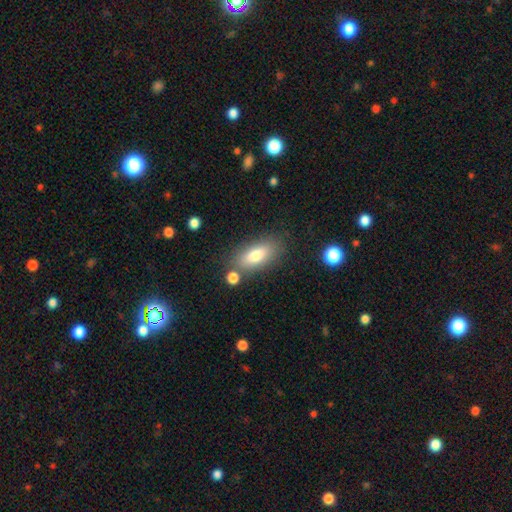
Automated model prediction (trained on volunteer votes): Smooth or featured?
  - smooth: 75% *
  - featured or disk: 16%
  - star or artifact: 8%
How rounded?
  - in between: 80% *
  - cigar-shaped: 16%
  - round: 4%
Merging?
  - none: 76% *
  - minor disturbance: 13%
  - merger: 7%
  - major disturbance: 4%